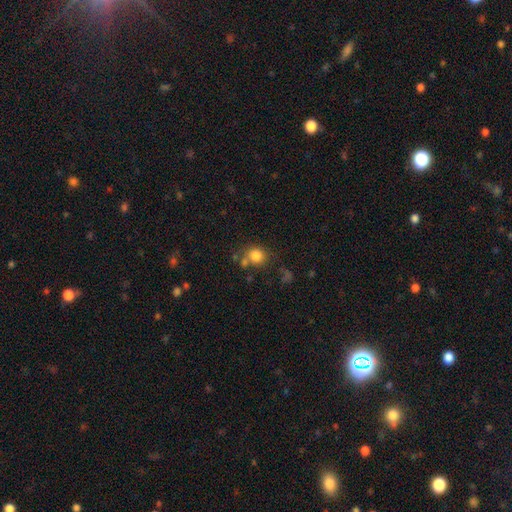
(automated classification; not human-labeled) Smooth or featured?
  - smooth: 81% *
  - star or artifact: 11%
  - featured or disk: 8%
How rounded?
  - round: 79% *
  - in between: 20%
  - cigar-shaped: 1%
Merging?
  - none: 61% *
  - merger: 17%
  - minor disturbance: 15%
  - major disturbance: 7%